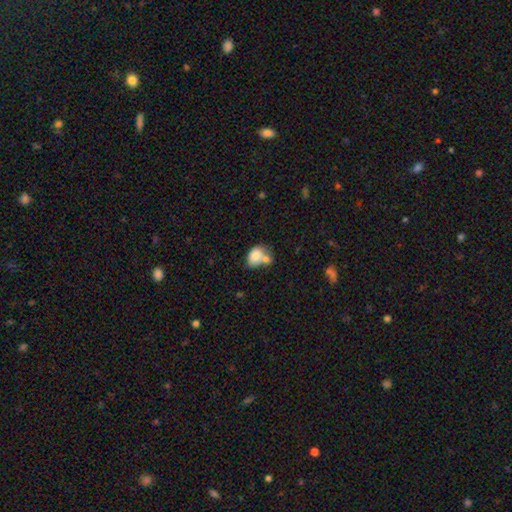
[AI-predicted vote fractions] smooth-or-featured: smooth: 79% | featured or disk: 13% | star or artifact: 8%
  how-rounded: in between: 77% | round: 22% | cigar-shaped: 1%
  merging: merger: 45% | none: 33% | minor disturbance: 16% | major disturbance: 7%